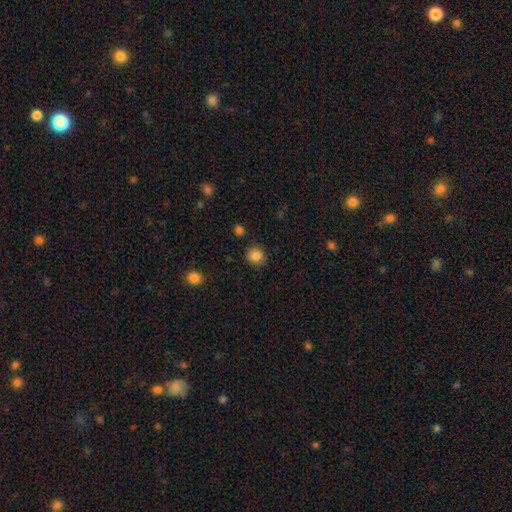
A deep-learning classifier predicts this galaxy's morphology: Q: Smooth or featured?
A: smooth (86%); runner-up: star or artifact (10%)
Q: How rounded?
A: round (84%); runner-up: in between (15%)
Q: Merging?
A: none (86%); runner-up: minor disturbance (9%)